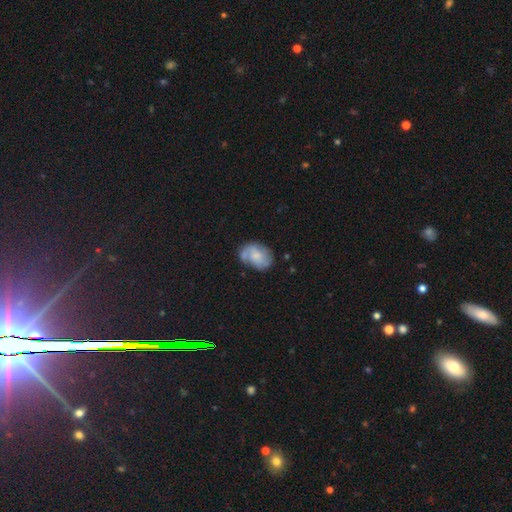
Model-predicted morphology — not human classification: smooth-or-featured: featured or disk: 50% | smooth: 42% | star or artifact: 7%
  disk-edge-on: no: 97% | yes: 3%
  merging: none: 56% | minor disturbance: 26% | major disturbance: 11% | merger: 7%